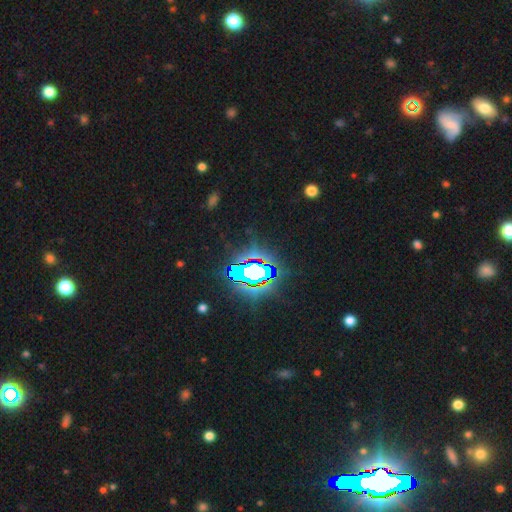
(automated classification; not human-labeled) smooth-or-featured: star or artifact: 71% | featured or disk: 16% | smooth: 14%